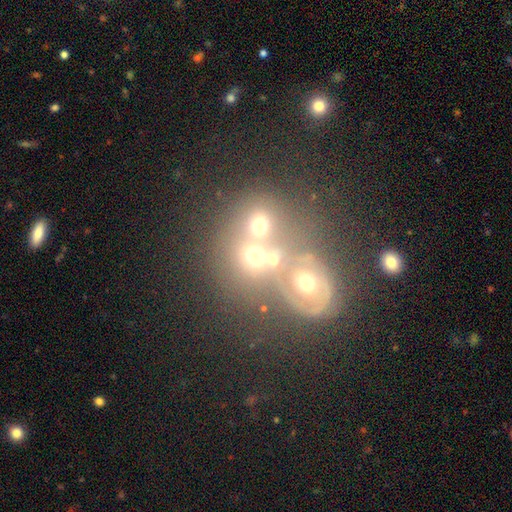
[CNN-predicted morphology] type=smooth (41%); merging=merger (57%).